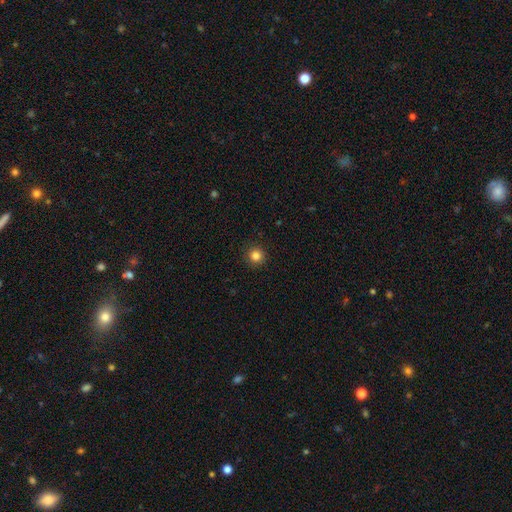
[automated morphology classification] smooth 84%, star or artifact 12%, featured or disk 4%. Down the decision tree: how rounded — round (95%); merging — none (93%).